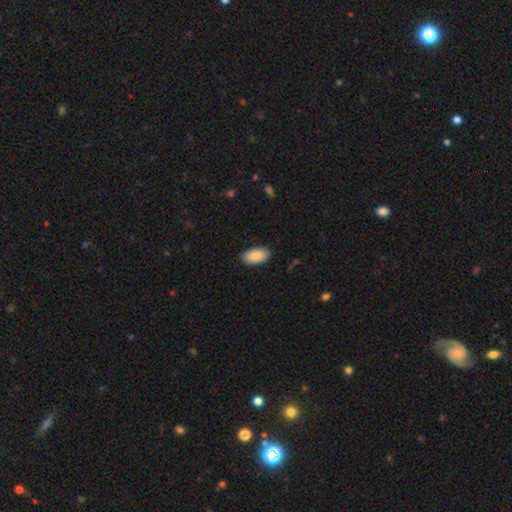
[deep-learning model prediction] Smooth or featured?
  - smooth: 88% *
  - star or artifact: 6%
  - featured or disk: 6%
How rounded?
  - in between: 95% *
  - cigar-shaped: 2%
  - round: 2%
Merging?
  - none: 88% *
  - minor disturbance: 9%
  - major disturbance: 2%
  - merger: 1%